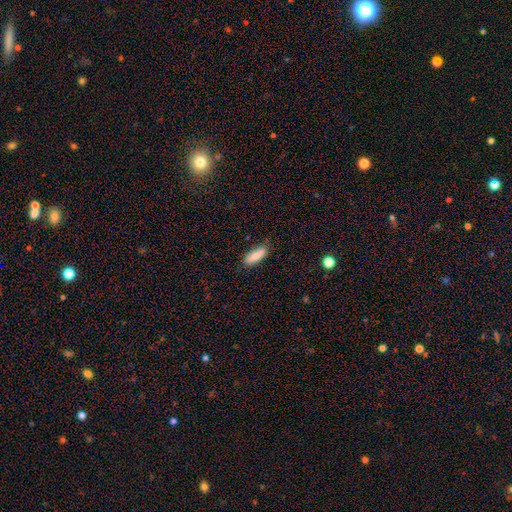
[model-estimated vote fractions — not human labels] smooth-or-featured: smooth: 82% | featured or disk: 11% | star or artifact: 7%
  how-rounded: in between: 53% | cigar-shaped: 45% | round: 2%
  merging: none: 85% | minor disturbance: 12% | major disturbance: 2% | merger: 1%